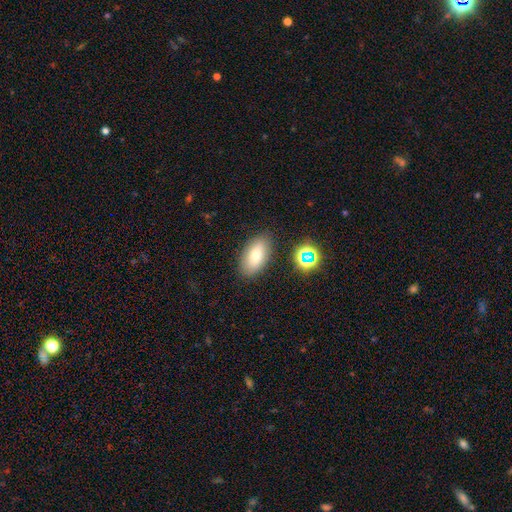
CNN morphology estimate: The model was most divided on "smooth or featured": smooth: 74%, featured or disk: 16%, star or artifact: 10%. More confident: how rounded — in between (90%); merging — none (84%).